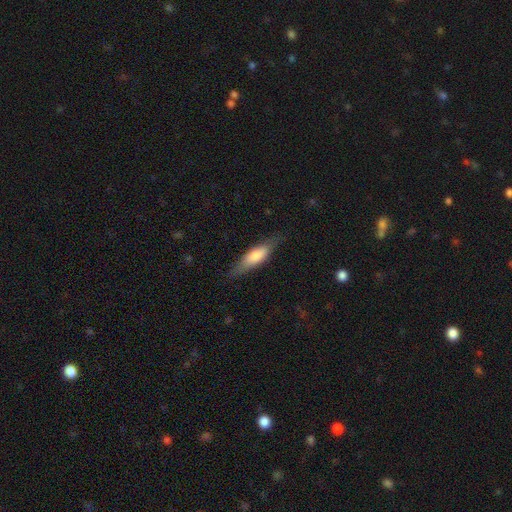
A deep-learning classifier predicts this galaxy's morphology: A smooth galaxy with no disk features (65%) that is cigar-shaped (55%).

Vote fractions:
- Smooth or featured? smooth: 65% / featured or disk: 29% / star or artifact: 6%
- How rounded? cigar-shaped: 55% / in between: 43% / round: 2%
- Merging? none: 78% / minor disturbance: 17% / major disturbance: 4% / merger: 1%